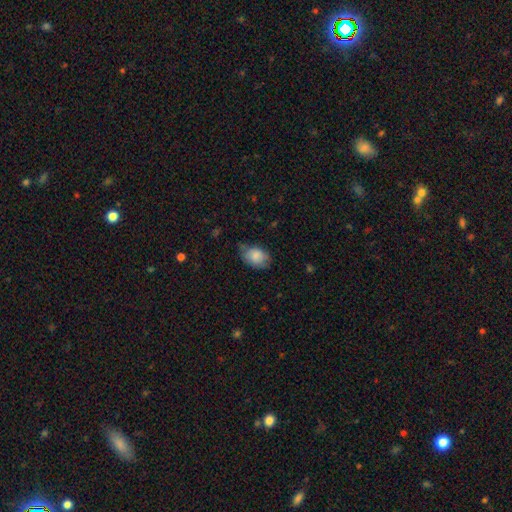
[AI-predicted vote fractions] This appears to be a smooth galaxy with no disk features (84%) that is in between round and cigar-shaped (81%). Merging: none (60%).